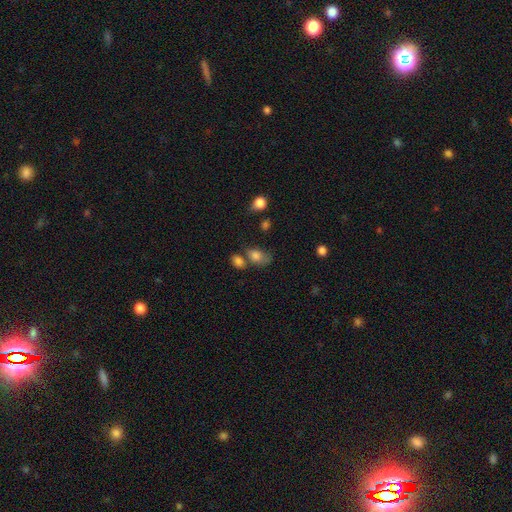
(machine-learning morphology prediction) This appears to be a smooth galaxy with no disk features (79%) that is in between round and cigar-shaped (75%). Merging: none (38%).